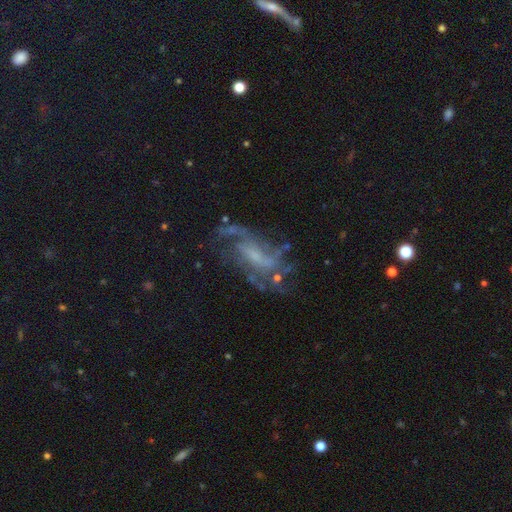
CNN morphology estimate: Smooth or featured? Predicted: featured or disk (p=0.79). Edge-on disk? Predicted: no (p=0.93). Bar? Predicted: weak (p=0.43, tied with no). Spiral arms? Predicted: yes (p=0.87). Spiral winding? Predicted: medium (p=0.43). Spiral arm count? Predicted: can't tell (p=0.35). Bulge size? Predicted: small (p=0.48). Merging? Predicted: none (p=0.60).